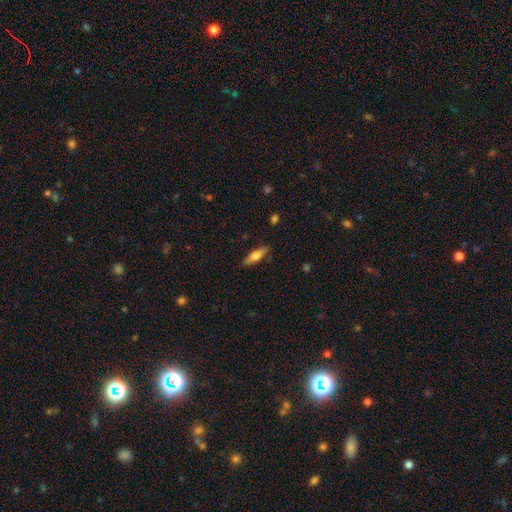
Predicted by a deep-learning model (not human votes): Smooth or featured?
  - smooth: 60% *
  - featured or disk: 33%
  - star or artifact: 6%
How rounded?
  - cigar-shaped: 64% *
  - in between: 34%
  - round: 2%
Merging?
  - none: 86% *
  - minor disturbance: 10%
  - major disturbance: 2%
  - merger: 1%